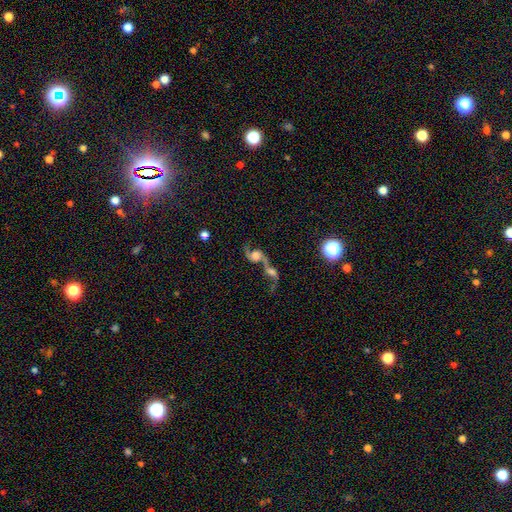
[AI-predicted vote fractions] smooth_or_featured: featured or disk (p=0.69) [alt: smooth p=0.20]
disk_edge_on: no (p=0.95) [alt: yes p=0.05]
bar: no (p=0.69) [alt: weak p=0.24]
has_spiral_arms: yes (p=0.88) [alt: no p=0.12]
spiral_winding: loose (p=0.71) [alt: medium p=0.23]
spiral_arm_count: 2 (p=0.82) [alt: 1 p=0.11]
bulge_size: large (p=0.36) [alt: moderate p=0.35]
merging: merger (p=0.72) [alt: none p=0.14]